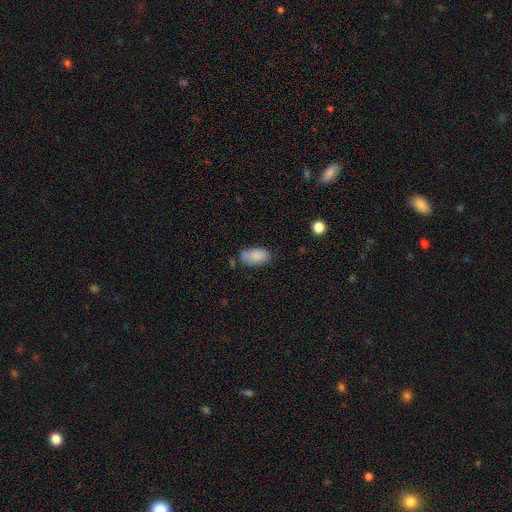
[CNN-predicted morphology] A smooth galaxy with no disk features (83%) that is in between round and cigar-shaped (93%).

Vote fractions:
- Smooth or featured? smooth: 83% / featured or disk: 9% / star or artifact: 8%
- How rounded? in between: 93% / round: 5% / cigar-shaped: 2%
- Merging? none: 57% / minor disturbance: 28% / major disturbance: 8% / merger: 7%